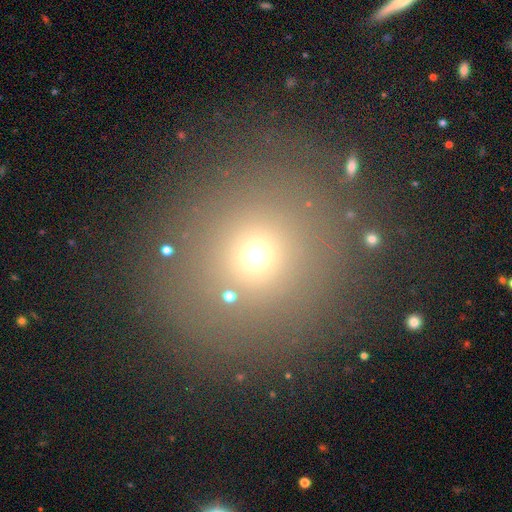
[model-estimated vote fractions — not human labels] Morphology: type=smooth (64%); roundness=round (91%); merging=none (83%).